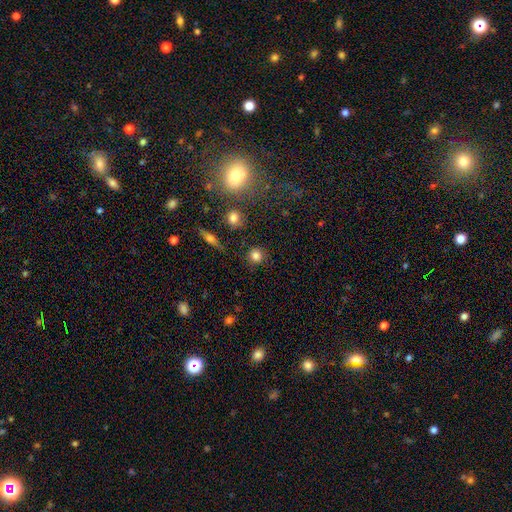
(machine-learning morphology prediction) Q: Smooth or featured?
A: smooth (82%); runner-up: star or artifact (11%)
Q: How rounded?
A: round (91%); runner-up: in between (8%)
Q: Merging?
A: none (86%); runner-up: minor disturbance (8%)